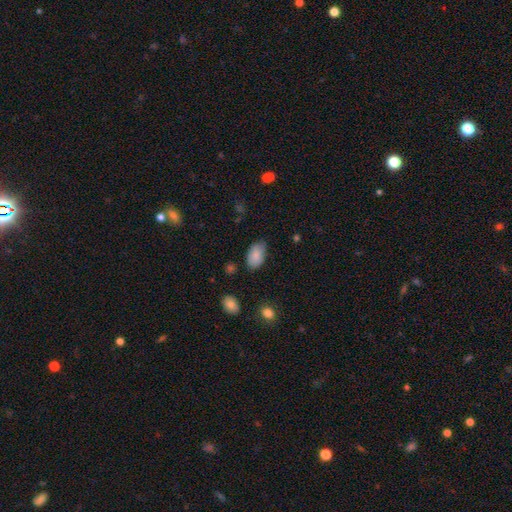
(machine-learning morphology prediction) type=smooth (86%); roundness=in between (93%); merging=none (72%).